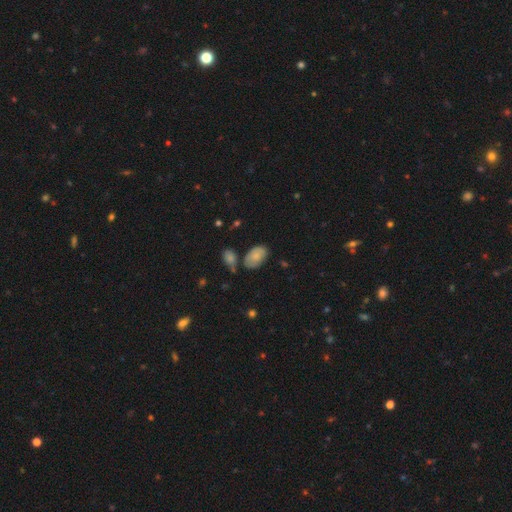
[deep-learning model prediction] smooth 77%, featured or disk 15%, star or artifact 8%. Down the decision tree: how rounded — in between (91%); merging — none (62%).